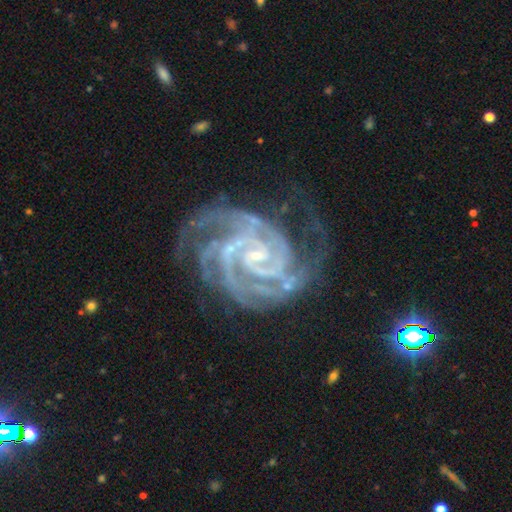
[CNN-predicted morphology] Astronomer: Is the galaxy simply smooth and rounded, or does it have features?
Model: featured or disk — 93%.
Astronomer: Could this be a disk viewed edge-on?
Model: no — 98%.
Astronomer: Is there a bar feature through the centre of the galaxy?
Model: weak — 41% (runner-up: no, 35%).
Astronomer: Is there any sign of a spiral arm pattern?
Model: yes — 99%.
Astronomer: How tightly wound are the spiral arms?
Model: tight — 75%.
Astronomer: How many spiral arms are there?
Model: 3 — 27% (runner-up: 4, 26%).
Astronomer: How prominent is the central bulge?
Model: small — 78%.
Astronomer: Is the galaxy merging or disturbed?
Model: none — 66%.